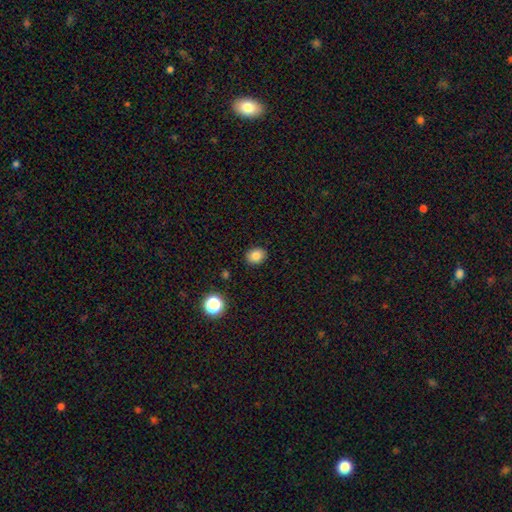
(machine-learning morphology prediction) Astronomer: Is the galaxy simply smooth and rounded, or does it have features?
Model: smooth — 82%.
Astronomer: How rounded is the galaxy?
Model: round — 58% (runner-up: in between, 41%).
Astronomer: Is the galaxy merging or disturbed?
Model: none — 89%.